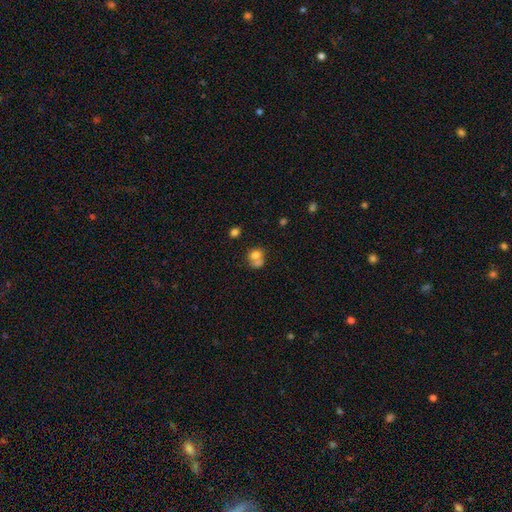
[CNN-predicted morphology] smooth_or_featured: smooth (p=0.72) [alt: featured or disk p=0.17]
how_rounded: round (p=0.59) [alt: in between p=0.40]
merging: merger (p=0.55) [alt: none p=0.29]